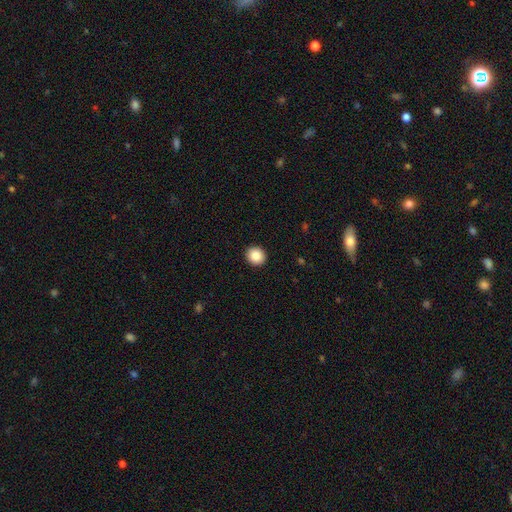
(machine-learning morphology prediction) A smooth galaxy with no disk features (87%) that is round (90%).

Vote fractions:
- Smooth or featured? smooth: 87% / star or artifact: 9% / featured or disk: 4%
- How rounded? round: 90% / in between: 9% / cigar-shaped: 1%
- Merging? none: 93% / minor disturbance: 5% / major disturbance: 2% / merger: 1%